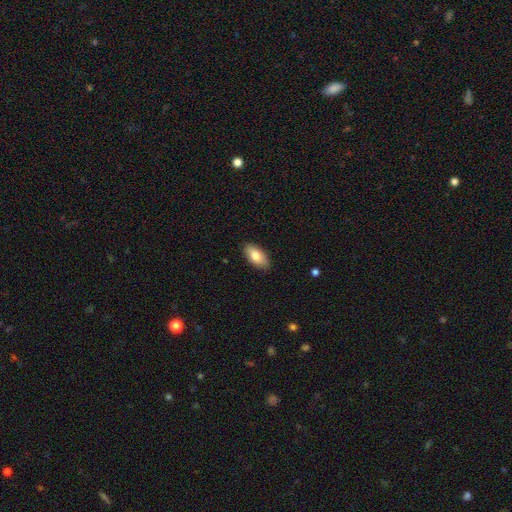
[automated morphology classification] Smooth or featured?
  - smooth: 81% *
  - featured or disk: 13%
  - star or artifact: 6%
How rounded?
  - in between: 91% *
  - cigar-shaped: 6%
  - round: 3%
Merging?
  - none: 88% *
  - minor disturbance: 10%
  - major disturbance: 2%
  - merger: 1%